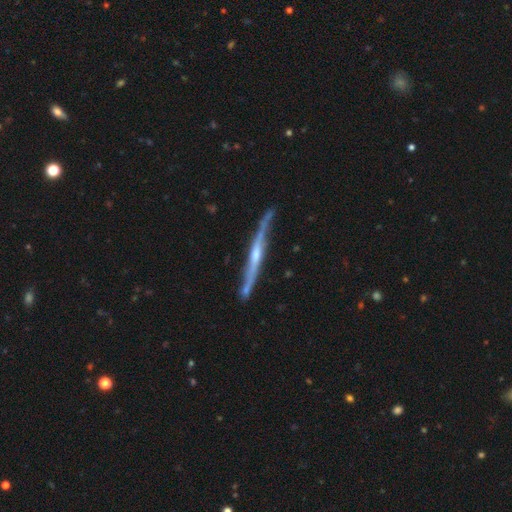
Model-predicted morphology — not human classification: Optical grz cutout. It shows a featured or disk galaxy (82%) viewed edge-on (94%) with a rounded central bulge (64%). Merging: none (72%).